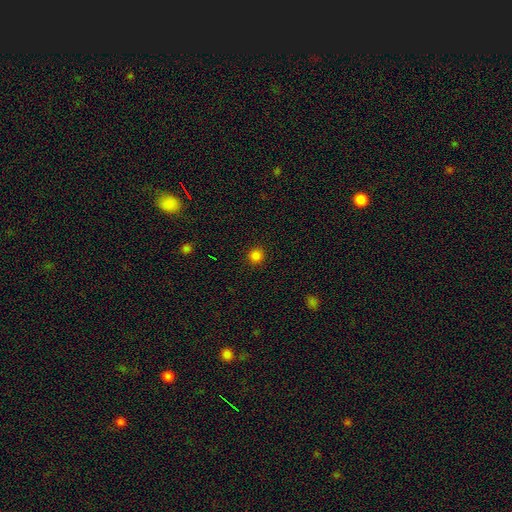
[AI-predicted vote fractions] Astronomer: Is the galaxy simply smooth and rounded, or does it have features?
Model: smooth — 83%.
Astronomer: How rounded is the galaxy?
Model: round — 92%.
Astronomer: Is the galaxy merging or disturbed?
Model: none — 92%.